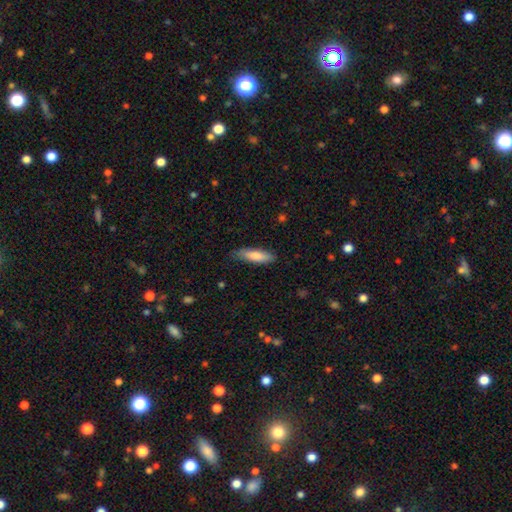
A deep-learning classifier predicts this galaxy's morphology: Overall: smooth (79%). How rounded: cigar-shaped (63%; in between 35%). Merging: none (81%).